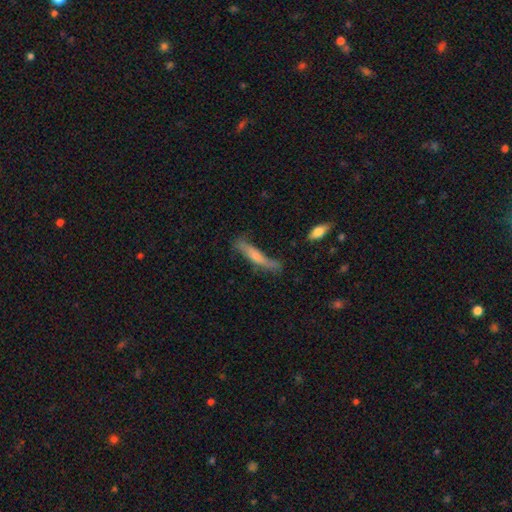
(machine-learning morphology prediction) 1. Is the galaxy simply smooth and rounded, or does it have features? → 49% smooth, 43% featured or disk, 8% star or artifact.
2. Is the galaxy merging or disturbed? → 58% none, 27% minor disturbance, 10% major disturbance, 4% merger.